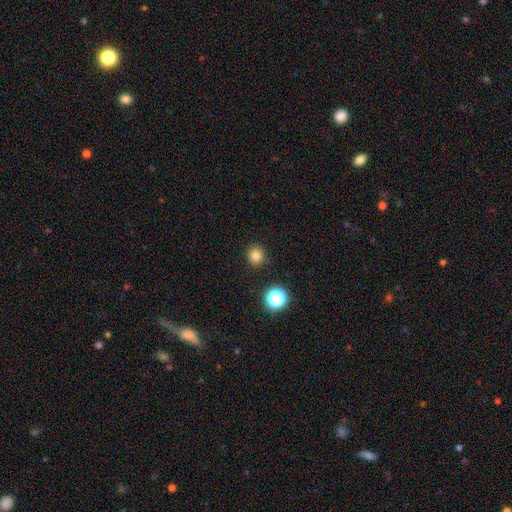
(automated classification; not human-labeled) smooth-or-featured: smooth: 81% | star or artifact: 15% | featured or disk: 5%
  how-rounded: round: 90% | in between: 9% | cigar-shaped: 1%
  merging: none: 90% | minor disturbance: 7% | major disturbance: 2% | merger: 2%